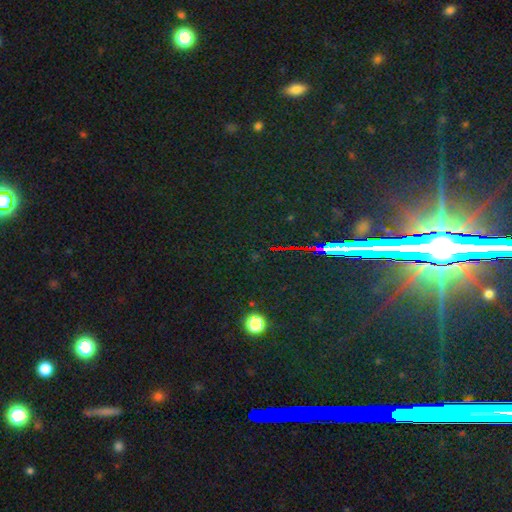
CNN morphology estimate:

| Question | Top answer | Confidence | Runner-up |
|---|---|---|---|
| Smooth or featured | star or artifact | 84% | smooth (8%) |